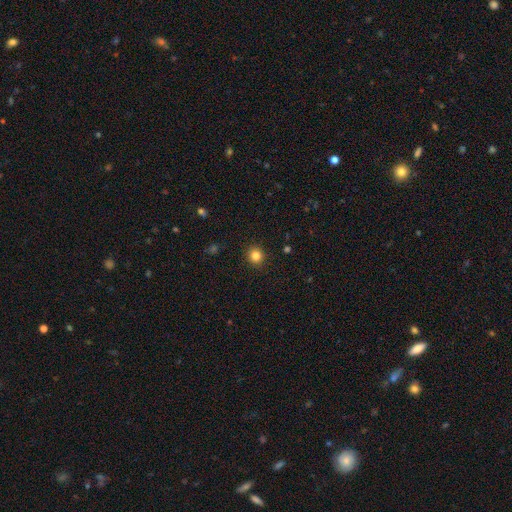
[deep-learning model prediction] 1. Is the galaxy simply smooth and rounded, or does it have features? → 83% smooth, 12% star or artifact, 4% featured or disk.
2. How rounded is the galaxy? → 91% round, 8% in between, 1% cigar-shaped.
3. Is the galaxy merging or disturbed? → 92% none, 5% minor disturbance, 2% major disturbance, 1% merger.